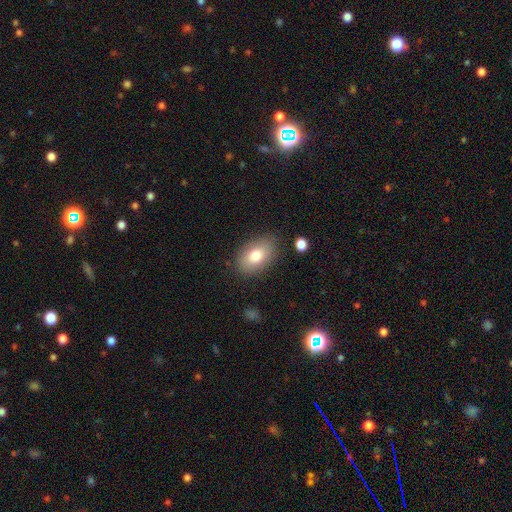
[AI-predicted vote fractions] Morphology: type=smooth (78%); roundness=in between (88%); merging=none (82%).